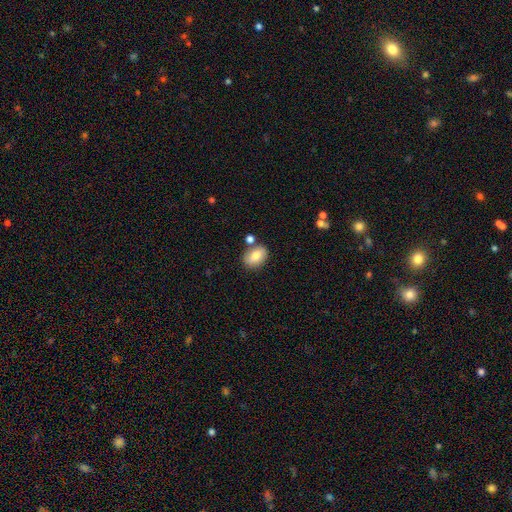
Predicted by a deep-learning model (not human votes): This appears to be a smooth galaxy with no disk features (79%) that is in between round and cigar-shaped (75%). Merging: none (73%).